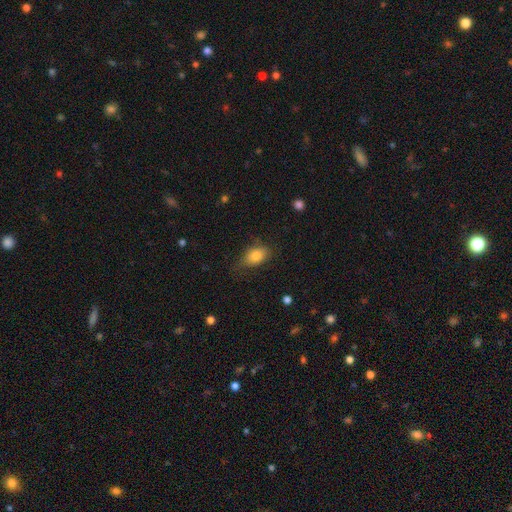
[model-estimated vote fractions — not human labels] Smooth or featured? Predicted: smooth (p=0.81). How rounded? Predicted: in between (p=0.84). Merging? Predicted: none (p=0.63).